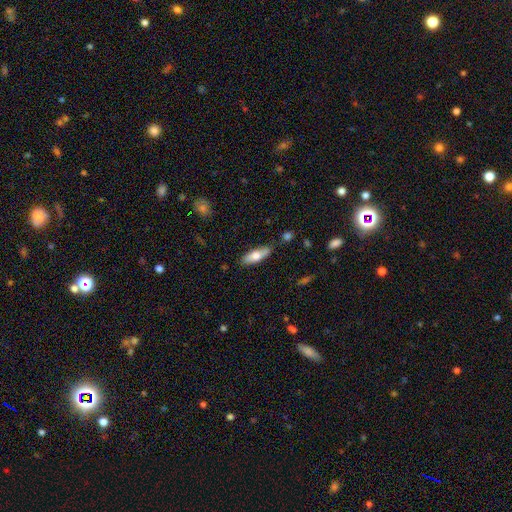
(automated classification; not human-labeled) smooth 72%, featured or disk 22%, star or artifact 6%. Down the decision tree: how rounded — in between (60%); merging — none (75%).